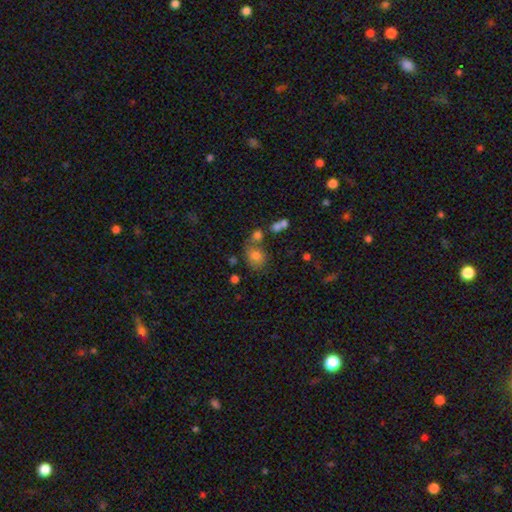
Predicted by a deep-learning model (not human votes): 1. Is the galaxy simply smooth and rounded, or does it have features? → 74% smooth, 14% star or artifact, 12% featured or disk.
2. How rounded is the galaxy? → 55% round, 43% in between, 1% cigar-shaped.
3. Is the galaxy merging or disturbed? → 54% none, 25% merger, 15% minor disturbance, 6% major disturbance.